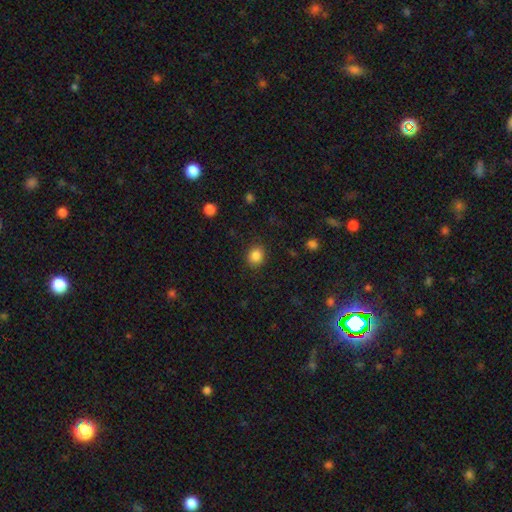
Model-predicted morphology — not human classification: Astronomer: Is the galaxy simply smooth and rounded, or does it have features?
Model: smooth — 85%.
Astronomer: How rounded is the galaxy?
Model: round — 72%.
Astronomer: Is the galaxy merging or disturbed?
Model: none — 89%.